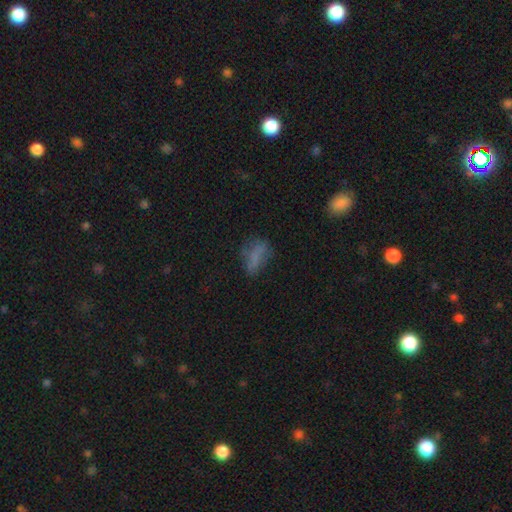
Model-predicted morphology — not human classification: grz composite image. It shows a smooth galaxy with no disk features (63%) that is in between round and cigar-shaped (75%). Merging: none (51%).